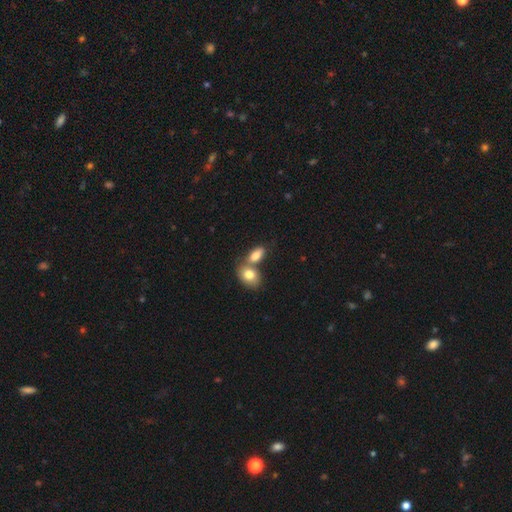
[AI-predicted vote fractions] smooth_or_featured: smooth (p=0.82) [alt: featured or disk p=0.11]
how_rounded: in between (p=0.88) [alt: round p=0.09]
merging: merger (p=0.52) [alt: none p=0.36]